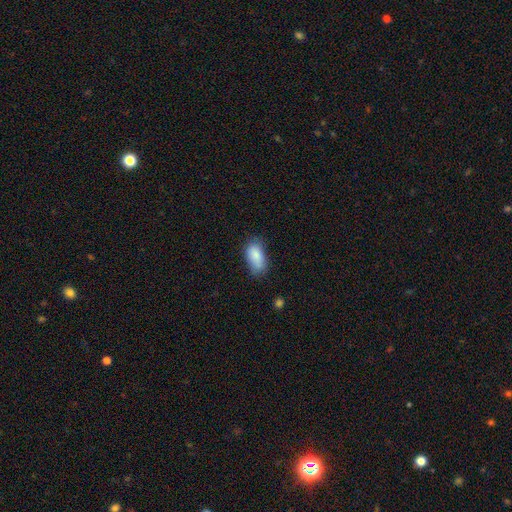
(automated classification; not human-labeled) Morphology: type=smooth (85%); roundness=in between (92%); merging=none (60%).